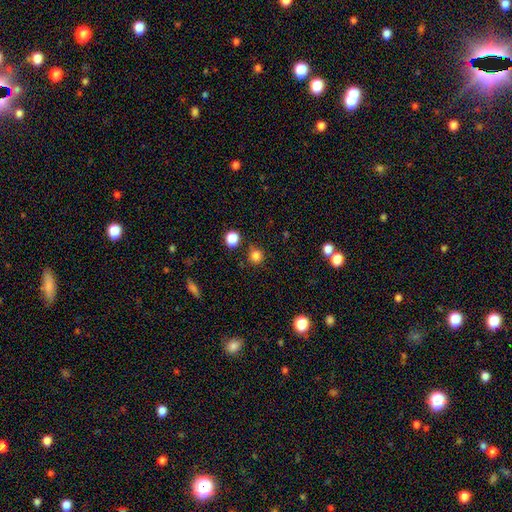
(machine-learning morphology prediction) smooth-or-featured: smooth: 82% | star or artifact: 14% | featured or disk: 4%
  how-rounded: round: 90% | in between: 9% | cigar-shaped: 1%
  merging: none: 82% | minor disturbance: 10% | merger: 5% | major disturbance: 3%